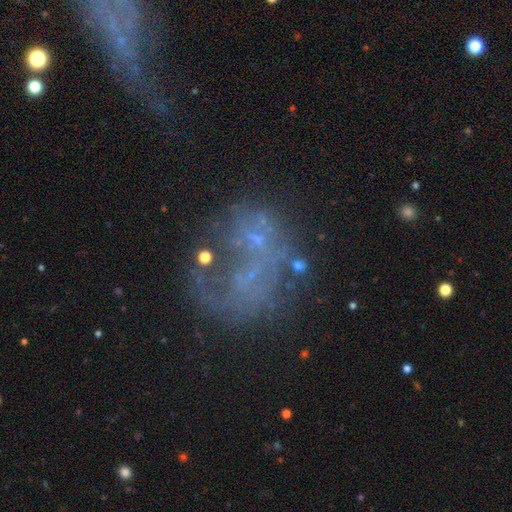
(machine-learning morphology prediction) Smooth or featured?
  - featured or disk: 48% *
  - star or artifact: 26%
  - smooth: 26%
Merging?
  - major disturbance: 36% *
  - none: 26%
  - merger: 23%
  - minor disturbance: 14%